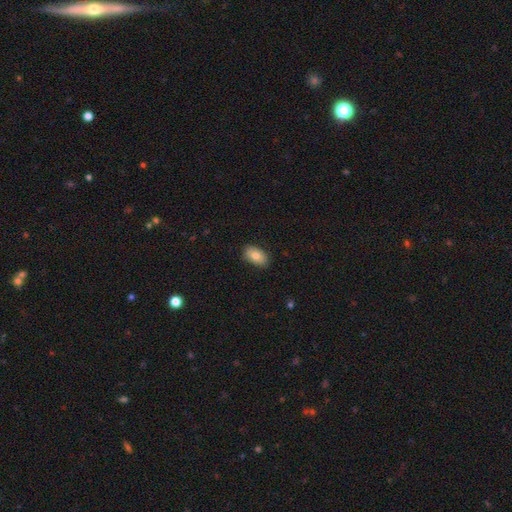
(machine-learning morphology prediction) smooth-or-featured: smooth: 78% | featured or disk: 15% | star or artifact: 8%
  how-rounded: in between: 91% | round: 7% | cigar-shaped: 2%
  merging: none: 85% | minor disturbance: 12% | major disturbance: 2% | merger: 1%